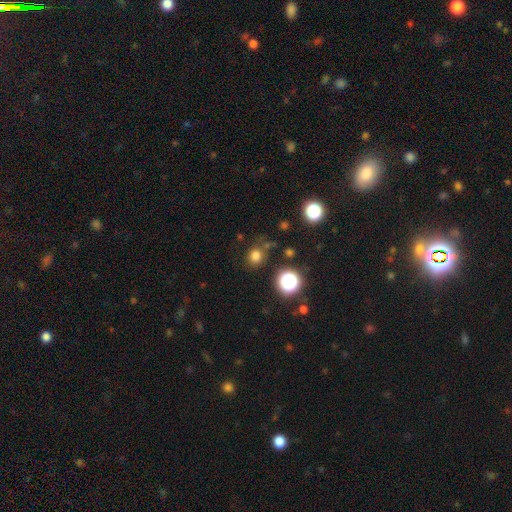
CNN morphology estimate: smooth_or_featured: smooth (p=0.76) [alt: star or artifact p=0.19]
how_rounded: round (p=0.79) [alt: in between p=0.20]
merging: none (p=0.79) [alt: minor disturbance p=0.12]